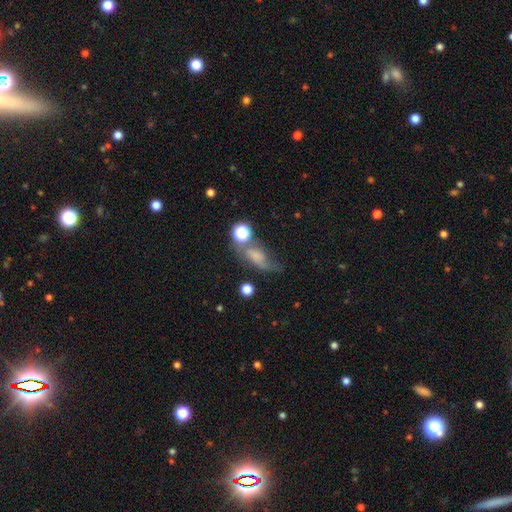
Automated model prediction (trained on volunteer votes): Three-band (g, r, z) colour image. It shows a smooth galaxy with no disk features (51%) that is in between round and cigar-shaped (62%). Merging: none (41%).